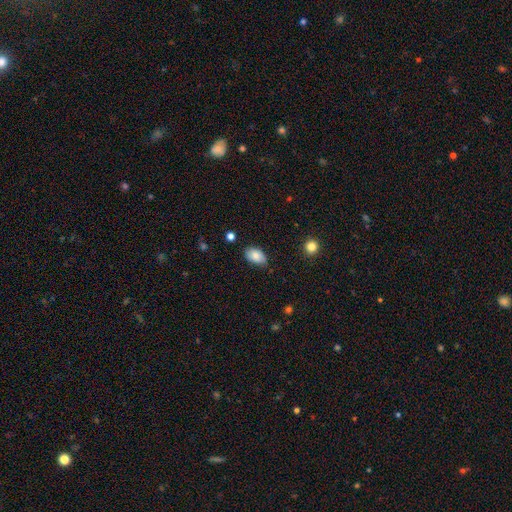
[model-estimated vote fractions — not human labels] smooth_or_featured: smooth (p=0.82) [alt: featured or disk p=0.10]
how_rounded: in between (p=0.92) [alt: round p=0.07]
merging: none (p=0.77) [alt: minor disturbance p=0.19]